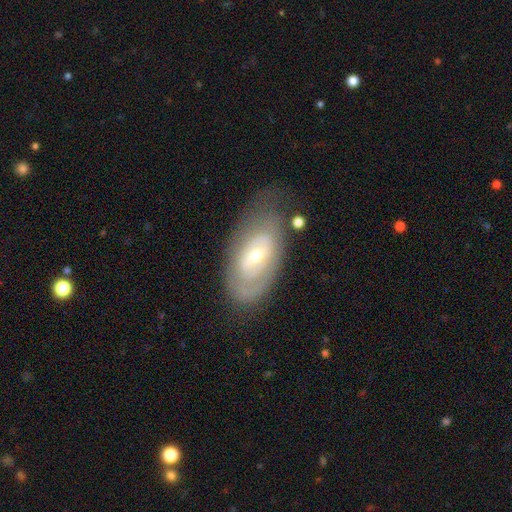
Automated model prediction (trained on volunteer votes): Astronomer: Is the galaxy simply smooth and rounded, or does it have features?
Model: featured or disk — 67%.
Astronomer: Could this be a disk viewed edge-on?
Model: no — 91%.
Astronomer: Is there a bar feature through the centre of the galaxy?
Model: weak — 44% (runner-up: no, 37%).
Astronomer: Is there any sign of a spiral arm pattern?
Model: yes — 59% (runner-up: no, 41%).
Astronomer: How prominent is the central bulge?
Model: small — 52% (runner-up: moderate, 43%).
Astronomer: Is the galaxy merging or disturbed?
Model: none — 58%.